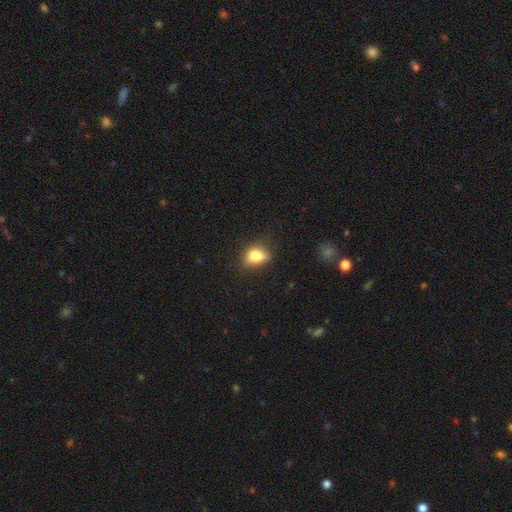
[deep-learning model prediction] Smooth or featured?
  - smooth: 82% *
  - star or artifact: 10%
  - featured or disk: 8%
How rounded?
  - in between: 70% *
  - round: 28%
  - cigar-shaped: 2%
Merging?
  - none: 63% *
  - minor disturbance: 26%
  - major disturbance: 8%
  - merger: 3%